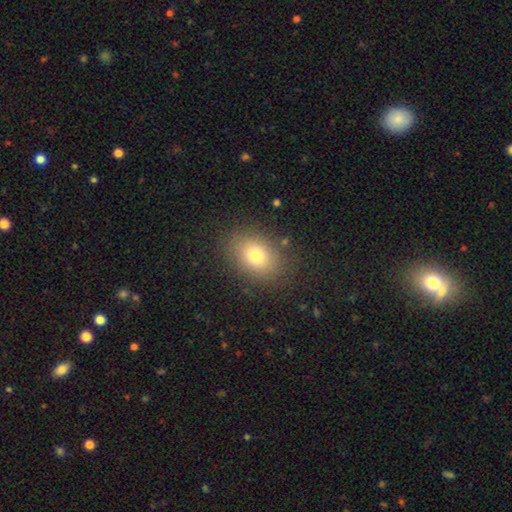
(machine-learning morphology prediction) type=smooth (76%); roundness=in between (66%); merging=none (84%).